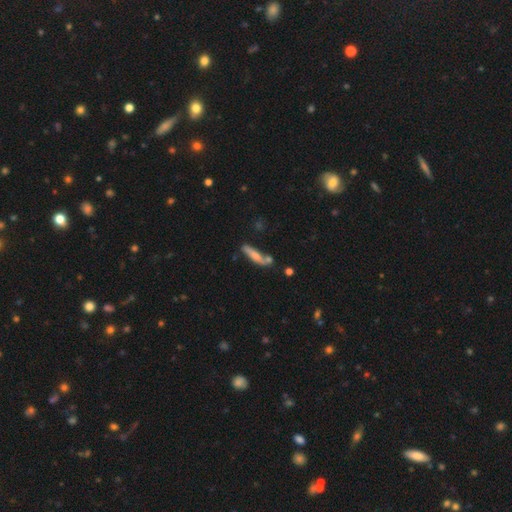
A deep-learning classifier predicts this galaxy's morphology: This appears to be a smooth galaxy with no disk features (58%) that is cigar-shaped (78%). Merging: none (55%).